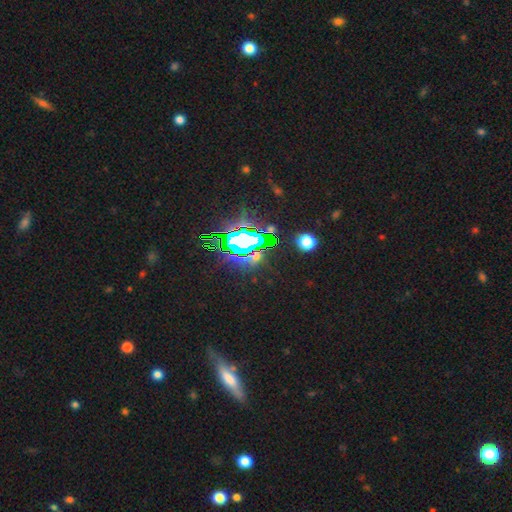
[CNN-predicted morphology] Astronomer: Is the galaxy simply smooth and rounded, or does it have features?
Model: star or artifact — 77%.